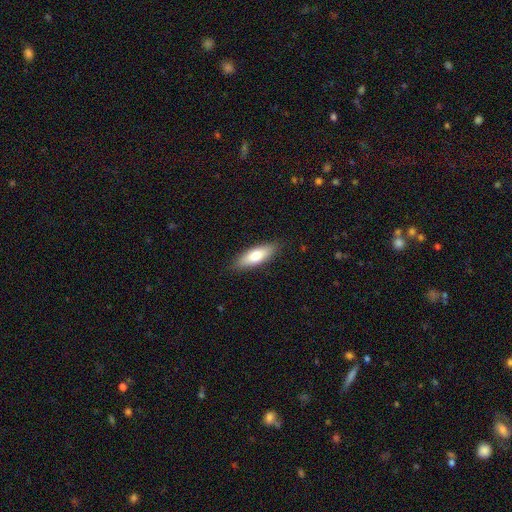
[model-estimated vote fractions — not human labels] Overall: smooth (75%). How rounded: in between (62%; cigar-shaped 36%). Merging: none (86%).